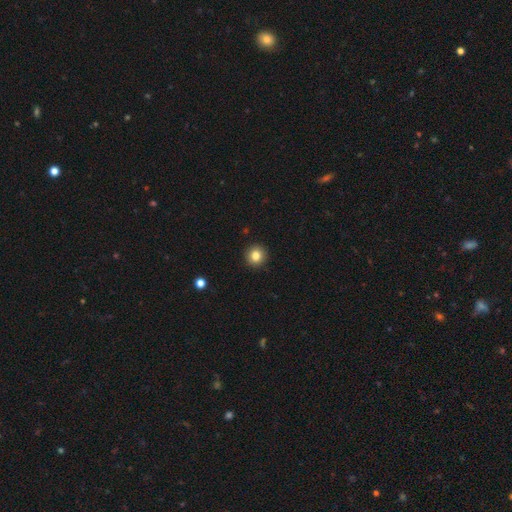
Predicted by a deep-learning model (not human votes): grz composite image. It shows a smooth galaxy with no disk features (82%) that is round (94%). Merging: none (93%).